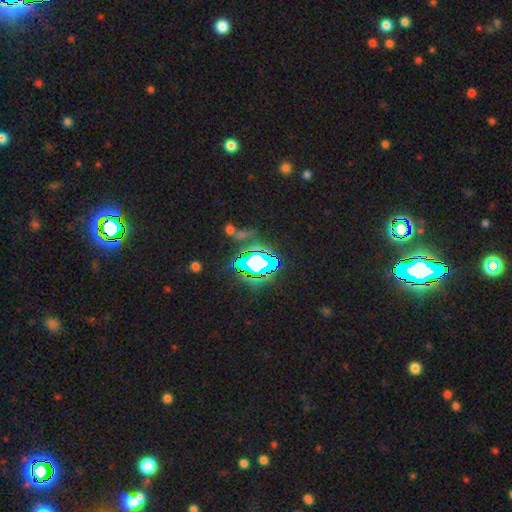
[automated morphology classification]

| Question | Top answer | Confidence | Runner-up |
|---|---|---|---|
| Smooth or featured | star or artifact | 63% | smooth (20%) |